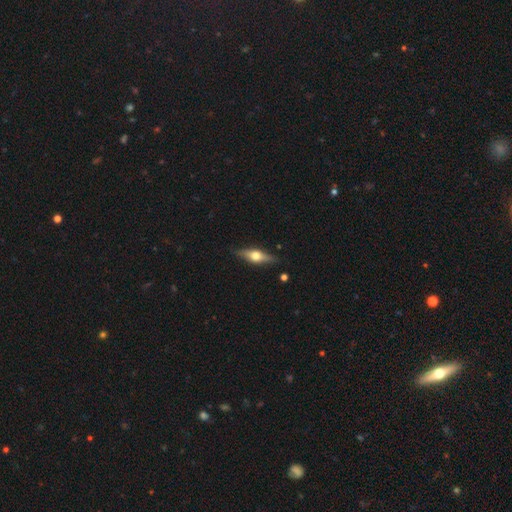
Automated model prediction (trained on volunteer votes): Morphology: type=featured or disk (64%); edge-on=yes (94%); edge-on bulge=rounded (94%); merging=none (86%).